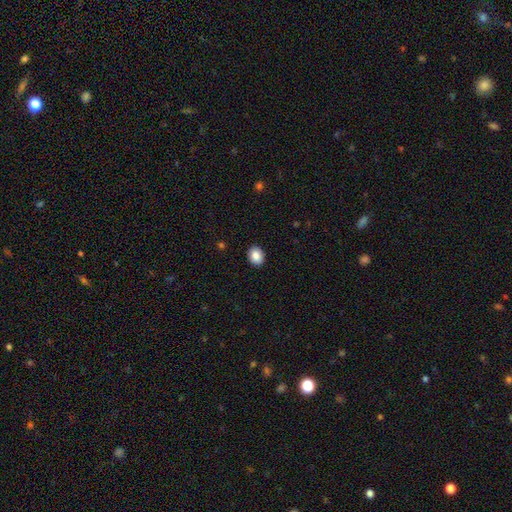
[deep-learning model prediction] Overall: smooth (87%). How rounded: in between (59%; round 40%). Merging: none (91%).